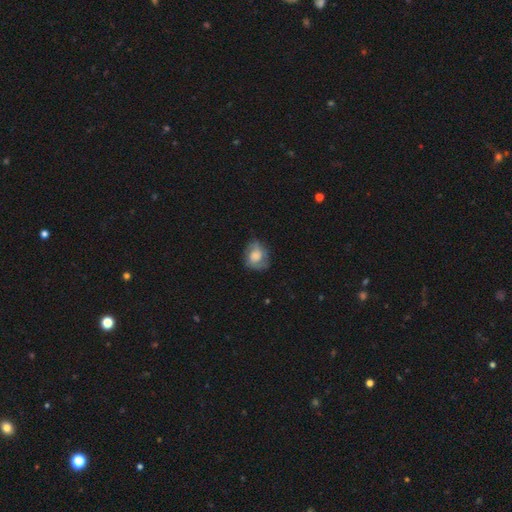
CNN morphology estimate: Smooth or featured?
  - smooth: 53% *
  - featured or disk: 39%
  - star or artifact: 8%
How rounded?
  - round: 57% *
  - in between: 42%
  - cigar-shaped: 1%
Merging?
  - none: 56% *
  - minor disturbance: 28%
  - major disturbance: 14%
  - merger: 2%